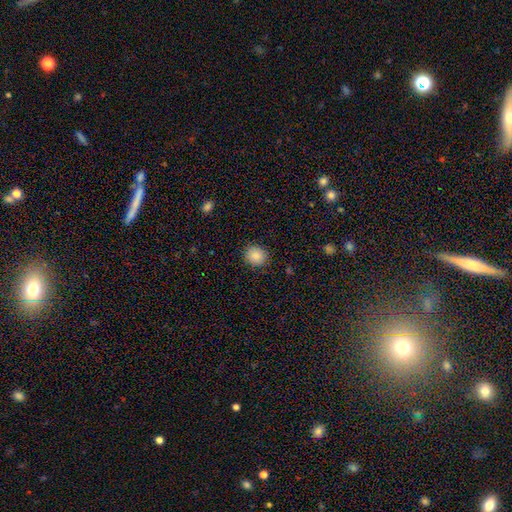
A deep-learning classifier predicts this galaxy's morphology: Smooth or featured? smooth (87%)
How rounded? round (84%)
Merging? none (89%)